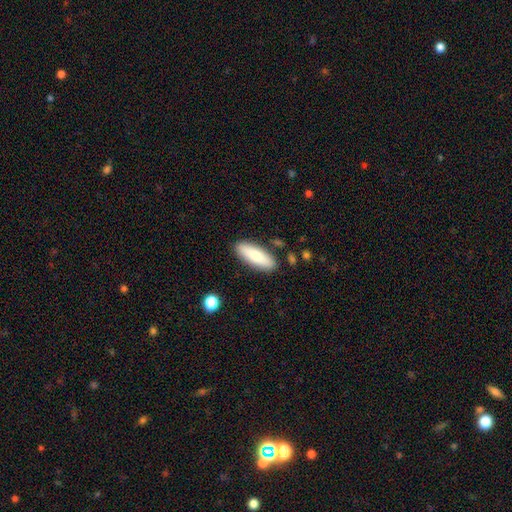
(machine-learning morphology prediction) A smooth galaxy with no disk features (77%) that is in between round and cigar-shaped (60%).

Vote fractions:
- Smooth or featured? smooth: 77% / featured or disk: 18% / star or artifact: 6%
- How rounded? in between: 60% / cigar-shaped: 38% / round: 2%
- Merging? none: 86% / minor disturbance: 10% / merger: 2% / major disturbance: 2%